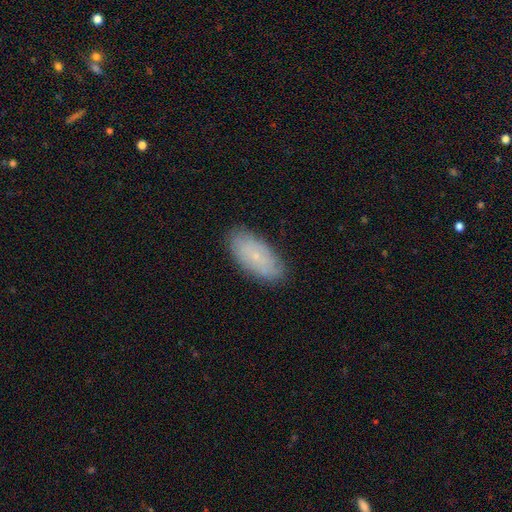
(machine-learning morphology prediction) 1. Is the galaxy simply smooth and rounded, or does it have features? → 52% smooth, 39% featured or disk, 8% star or artifact.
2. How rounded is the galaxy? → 89% in between, 8% cigar-shaped, 3% round.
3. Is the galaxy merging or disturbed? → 82% none, 14% minor disturbance, 3% major disturbance, 1% merger.